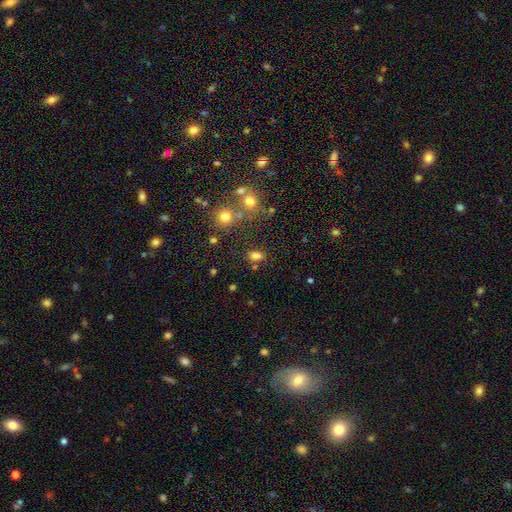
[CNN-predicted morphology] Smooth or featured? Predicted: smooth (p=0.78). How rounded? Predicted: in between (p=0.83). Merging? Predicted: none (p=0.76).